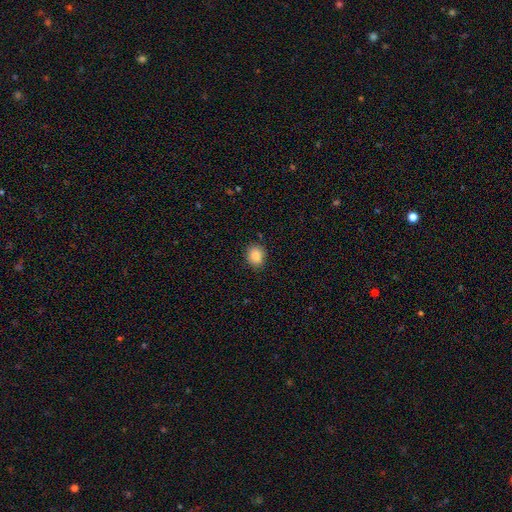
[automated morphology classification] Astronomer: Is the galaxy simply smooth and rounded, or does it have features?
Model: smooth — 86%.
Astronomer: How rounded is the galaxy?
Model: round — 66%.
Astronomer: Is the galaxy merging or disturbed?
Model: none — 85%.